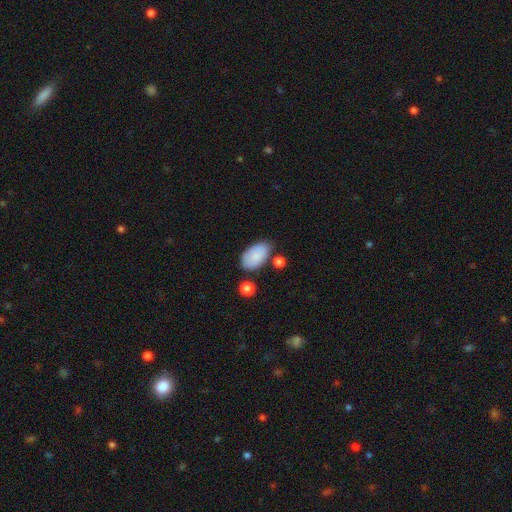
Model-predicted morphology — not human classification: Smooth or featured? Predicted: smooth (p=0.86). How rounded? Predicted: in between (p=0.95). Merging? Predicted: none (p=0.70).